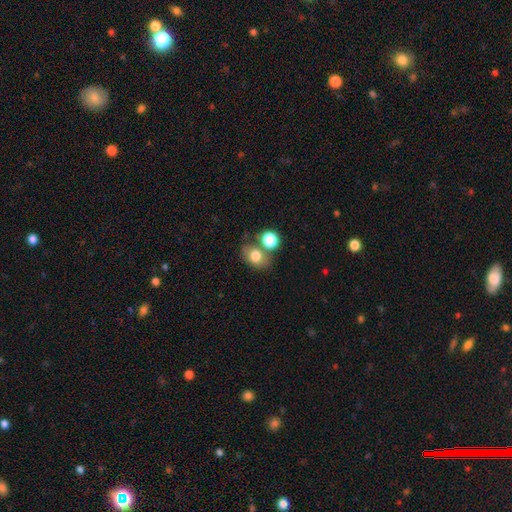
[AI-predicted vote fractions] Morphology: type=smooth (76%); roundness=in between (56%); merging=none (54%).